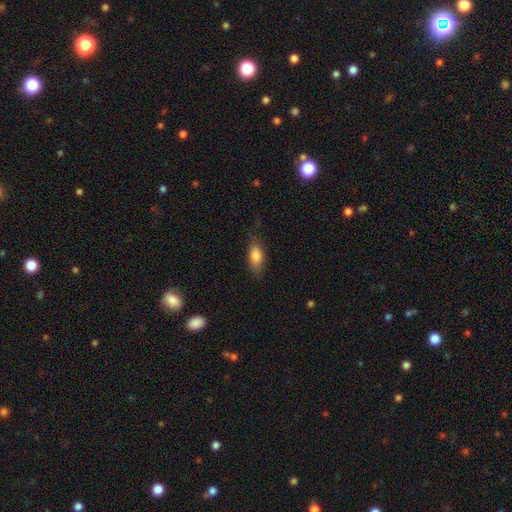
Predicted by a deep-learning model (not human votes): smooth_or_featured: smooth (p=0.82) [alt: featured or disk p=0.11]
how_rounded: in between (p=0.83) [alt: cigar-shaped p=0.13]
merging: none (p=0.76) [alt: minor disturbance p=0.18]